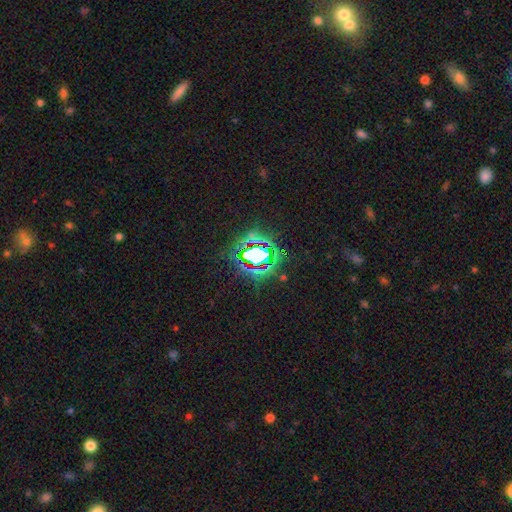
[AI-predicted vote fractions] Morphology: type=star or artifact (65%).